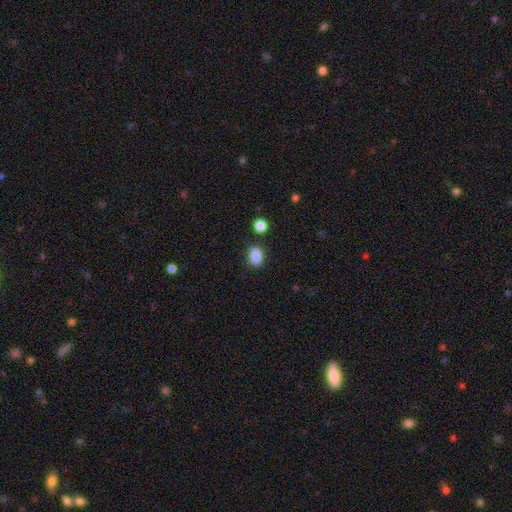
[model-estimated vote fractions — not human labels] smooth_or_featured: smooth (p=0.87) [alt: star or artifact p=0.10]
how_rounded: in between (p=0.63) [alt: round p=0.36]
merging: none (p=0.81) [alt: minor disturbance p=0.11]